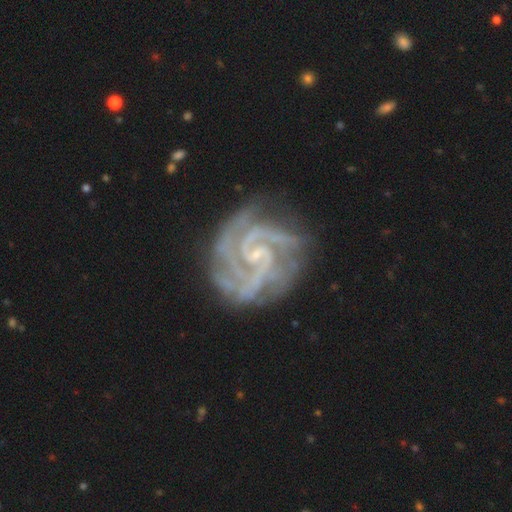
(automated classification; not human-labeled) Smooth or featured?
  - featured or disk: 92% *
  - star or artifact: 5%
  - smooth: 3%
Edge-on disk?
  - no: 98% *
  - yes: 2%
Bar?
  - weak: 45% *
  - no: 39%
  - strong: 16%
Spiral arms?
  - yes: 99% *
  - no: 1%
Spiral winding?
  - tight: 61% *
  - medium: 34%
  - loose: 4%
Spiral arm count?
  - 3: 37% *
  - 2: 26%
  - 4: 14%
  - can't tell: 10%
  - more than 4: 7%
  - 1: 6%
Bulge size?
  - small: 71% *
  - none: 15%
  - moderate: 12%
  - large: 1%
  - dominant: 1%
Merging?
  - none: 72% *
  - minor disturbance: 18%
  - major disturbance: 8%
  - merger: 2%